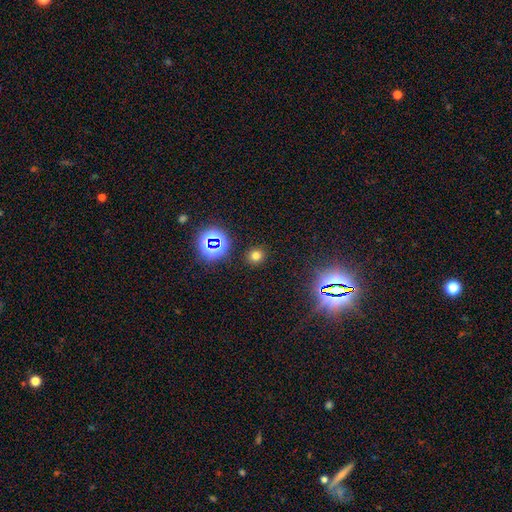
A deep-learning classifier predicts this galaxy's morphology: This is likely a smooth galaxy (70%). How rounded: clearly round (86%). Merging: clearly none (89%).